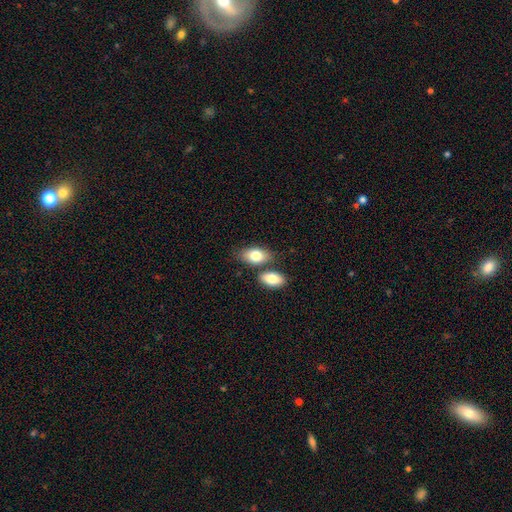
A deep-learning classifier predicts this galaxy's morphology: smooth_or_featured: smooth (p=0.80) [alt: featured or disk p=0.13]
how_rounded: in between (p=0.90) [alt: round p=0.08]
merging: none (p=0.55) [alt: merger p=0.30]